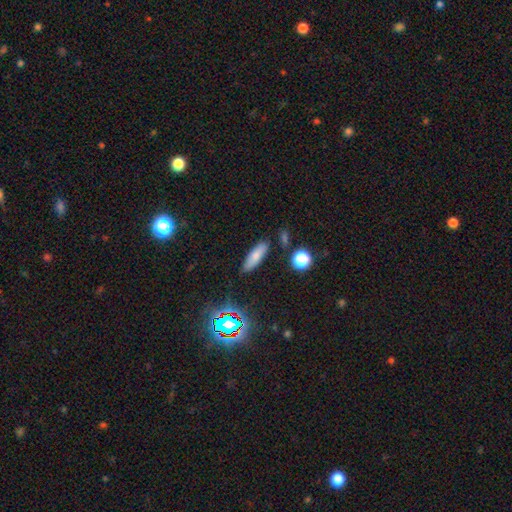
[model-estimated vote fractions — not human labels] smooth_or_featured: smooth (p=0.72) [alt: featured or disk p=0.16]
how_rounded: in between (p=0.49) [alt: cigar-shaped p=0.48]
merging: none (p=0.82) [alt: minor disturbance p=0.12]